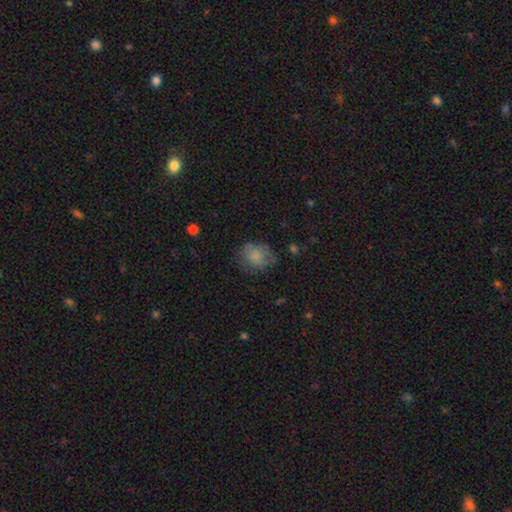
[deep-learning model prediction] Smooth or featured?
  - smooth: 72% *
  - featured or disk: 19%
  - star or artifact: 9%
How rounded?
  - round: 58% *
  - in between: 41%
  - cigar-shaped: 1%
Merging?
  - none: 58% *
  - minor disturbance: 26%
  - major disturbance: 14%
  - merger: 2%